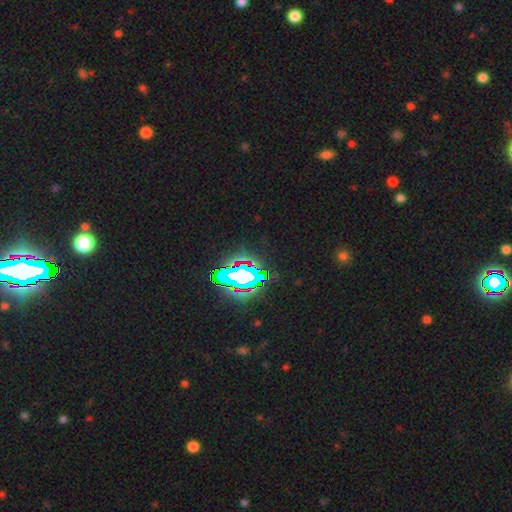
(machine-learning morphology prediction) type=star or artifact (80%).